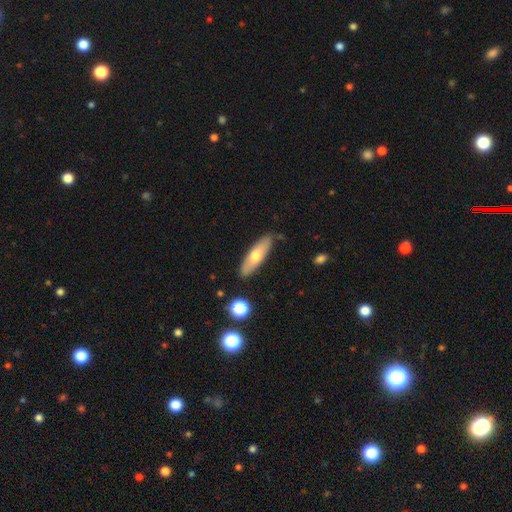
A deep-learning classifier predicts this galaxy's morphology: Overall: smooth (61%; featured or disk 33%). How rounded: cigar-shaped (51%; in between 47%). Merging: none (84%).